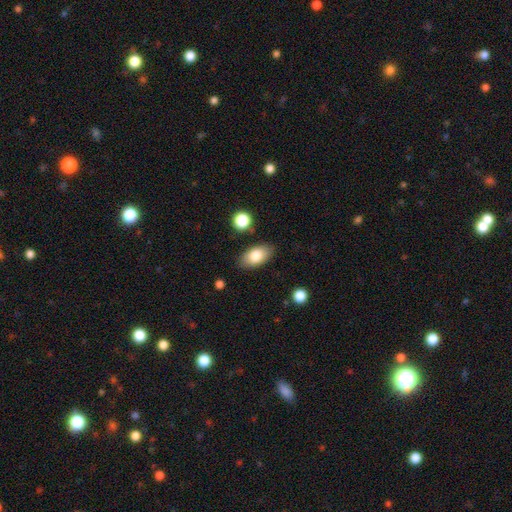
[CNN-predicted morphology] type=smooth (81%); roundness=in between (93%); merging=none (85%).